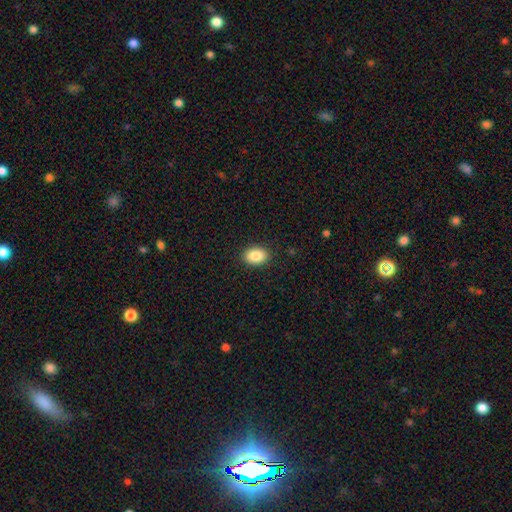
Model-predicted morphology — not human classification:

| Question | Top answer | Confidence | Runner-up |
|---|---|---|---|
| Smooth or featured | smooth | 87% | star or artifact (8%) |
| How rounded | in between | 80% | round (19%) |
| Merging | none | 89% | minor disturbance (8%) |